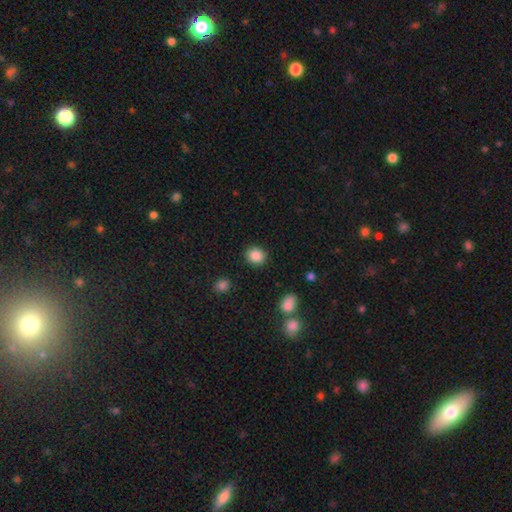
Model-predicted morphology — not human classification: Smooth or featured?
  - smooth: 87% *
  - star or artifact: 9%
  - featured or disk: 4%
How rounded?
  - round: 77% *
  - in between: 22%
  - cigar-shaped: 1%
Merging?
  - none: 89% *
  - minor disturbance: 7%
  - major disturbance: 2%
  - merger: 2%